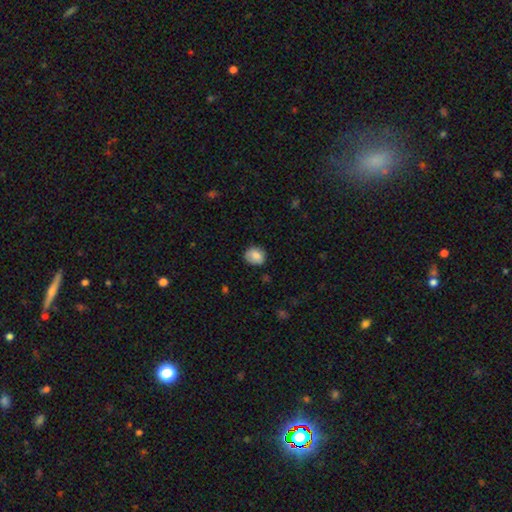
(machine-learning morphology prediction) Q: Smooth or featured?
A: smooth (82%); runner-up: featured or disk (10%)
Q: How rounded?
A: round (64%); runner-up: in between (35%)
Q: Merging?
A: none (77%); runner-up: minor disturbance (18%)